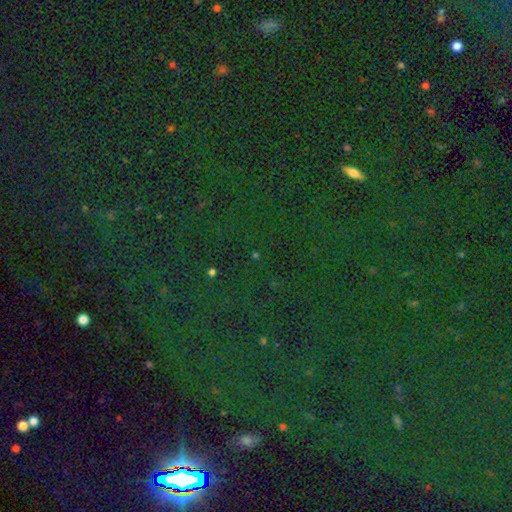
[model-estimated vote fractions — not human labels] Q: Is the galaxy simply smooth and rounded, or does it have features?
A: star or artifact — 82%.